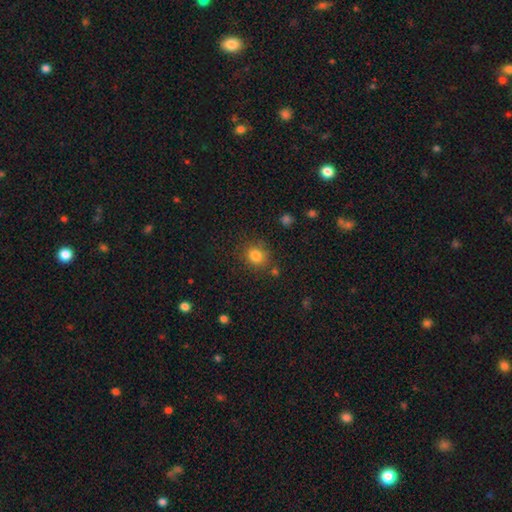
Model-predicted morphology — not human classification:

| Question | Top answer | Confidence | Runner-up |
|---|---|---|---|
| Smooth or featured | smooth | 82% | star or artifact (12%) |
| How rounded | round | 80% | in between (19%) |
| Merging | none | 80% | minor disturbance (11%) |